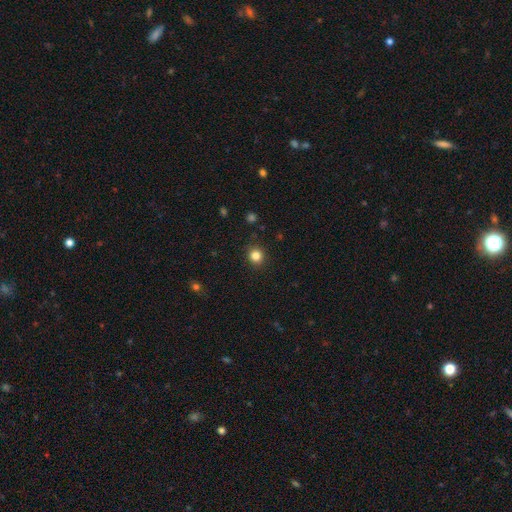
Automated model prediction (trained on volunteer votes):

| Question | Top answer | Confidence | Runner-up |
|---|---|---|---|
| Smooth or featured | smooth | 83% | star or artifact (12%) |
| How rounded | round | 90% | in between (9%) |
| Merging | none | 91% | minor disturbance (6%) |